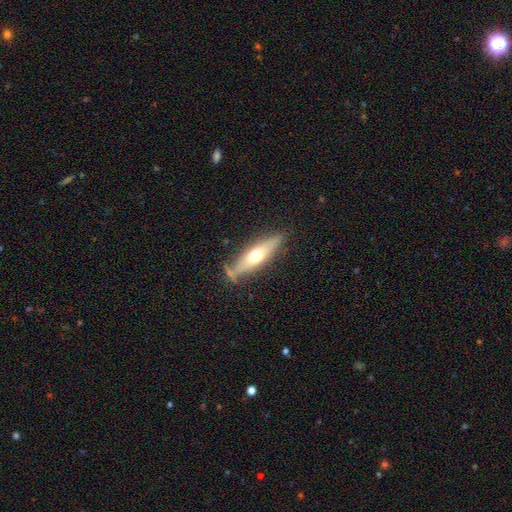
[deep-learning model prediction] This is possibly a featured or disk galaxy (47%, tied with smooth). Merging: likely none (73%).